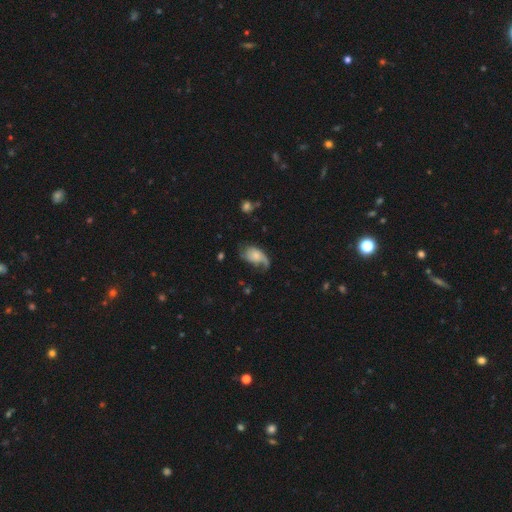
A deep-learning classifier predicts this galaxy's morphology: A featured or disk galaxy (52%). Merging: none (39%).